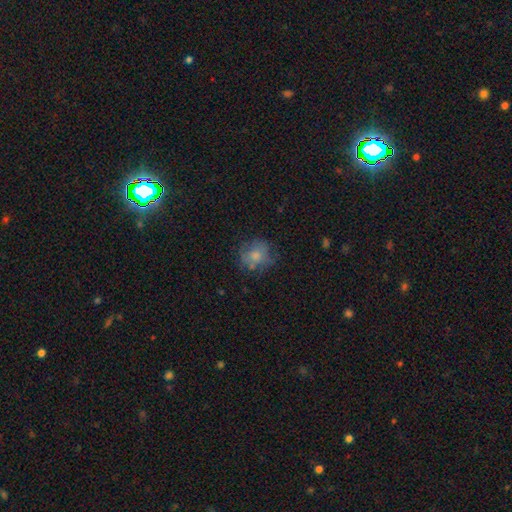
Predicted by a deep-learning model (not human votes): smooth-or-featured: smooth: 64% | featured or disk: 24% | star or artifact: 11%
  how-rounded: round: 76% | in between: 23% | cigar-shaped: 1%
  merging: none: 60% | minor disturbance: 23% | major disturbance: 14% | merger: 3%